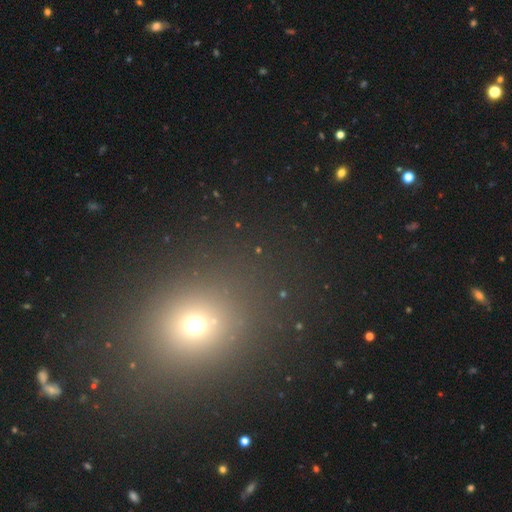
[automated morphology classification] Smooth or featured: smooth — 52% (star or artifact — 40%)
How rounded: round — 69% (in between — 30%)
Merging: none — 89% (minor disturbance — 6%)